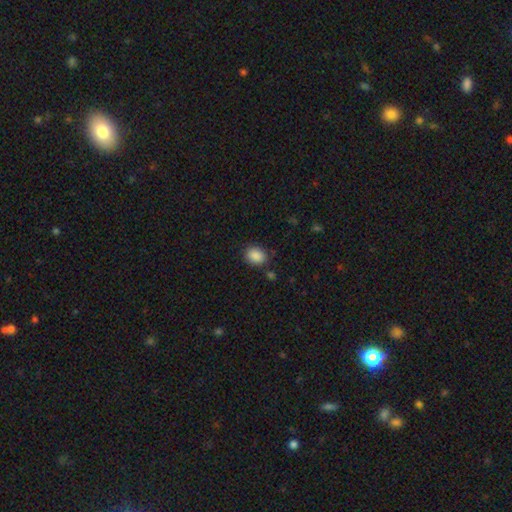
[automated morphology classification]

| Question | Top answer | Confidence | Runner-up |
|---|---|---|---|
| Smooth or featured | smooth | 88% | star or artifact (8%) |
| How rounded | in between | 62% | round (37%) |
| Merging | none | 82% | minor disturbance (12%) |